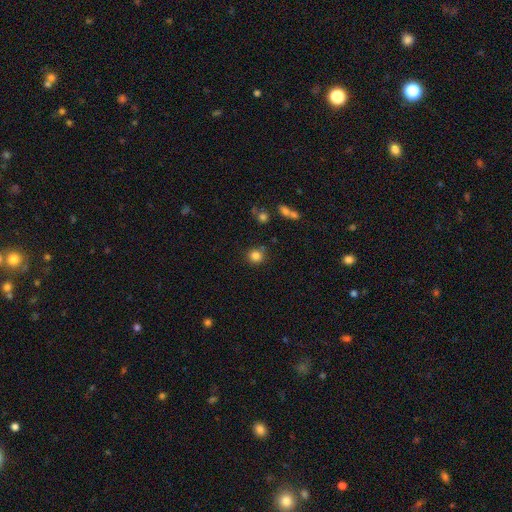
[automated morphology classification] type=smooth (83%); roundness=round (91%); merging=none (83%).